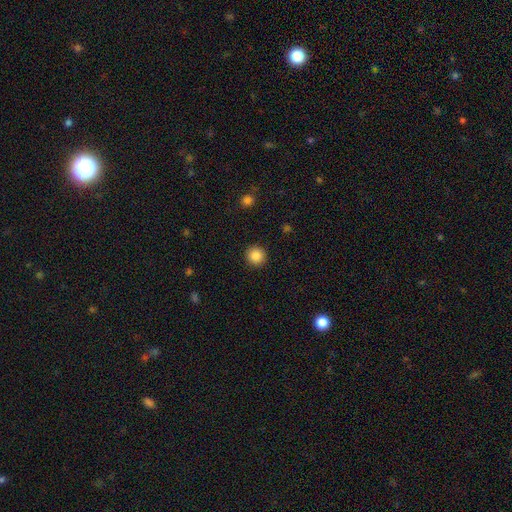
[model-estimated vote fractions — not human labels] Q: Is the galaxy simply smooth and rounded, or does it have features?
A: smooth — 86%.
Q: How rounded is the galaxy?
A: round — 95%.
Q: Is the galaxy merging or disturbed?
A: none — 92%.